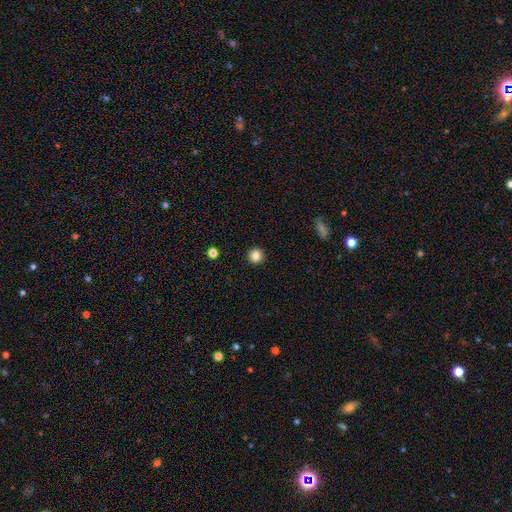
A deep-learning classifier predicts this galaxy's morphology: type=smooth (84%); roundness=round (94%); merging=none (92%).